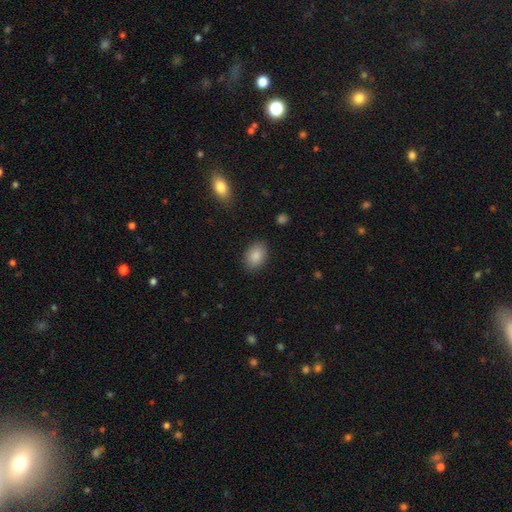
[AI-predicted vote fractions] smooth_or_featured: smooth (p=0.87) [alt: star or artifact p=0.07]
how_rounded: in between (p=0.83) [alt: round p=0.16]
merging: none (p=0.86) [alt: minor disturbance p=0.10]